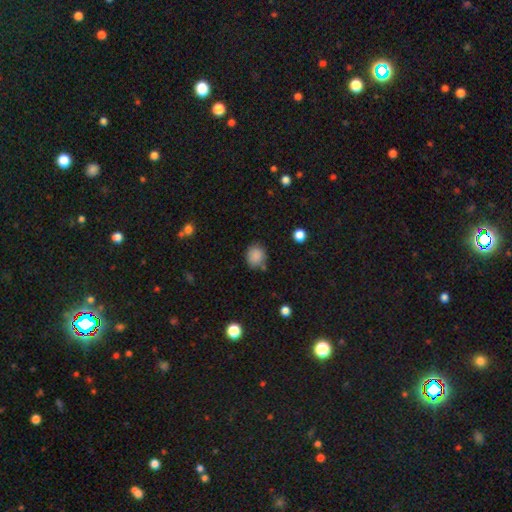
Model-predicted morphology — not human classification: smooth-or-featured: smooth: 86% | star or artifact: 10% | featured or disk: 4%
  how-rounded: round: 77% | in between: 22% | cigar-shaped: 1%
  merging: none: 73% | minor disturbance: 17% | merger: 6% | major disturbance: 4%